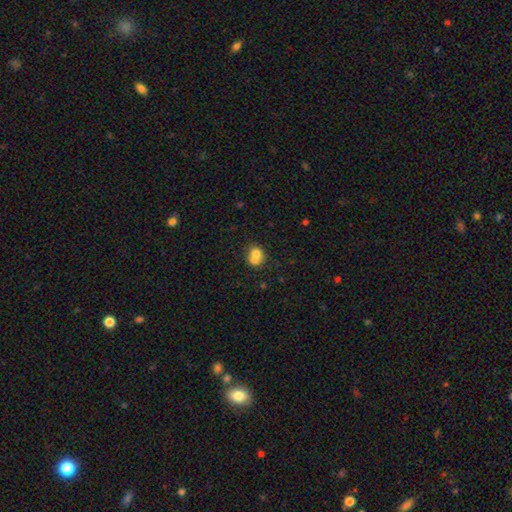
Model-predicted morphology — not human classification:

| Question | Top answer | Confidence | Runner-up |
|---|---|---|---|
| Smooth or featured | smooth | 70% | featured or disk (20%) |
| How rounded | round | 71% | in between (28%) |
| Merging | merger | 62% | none (29%) |